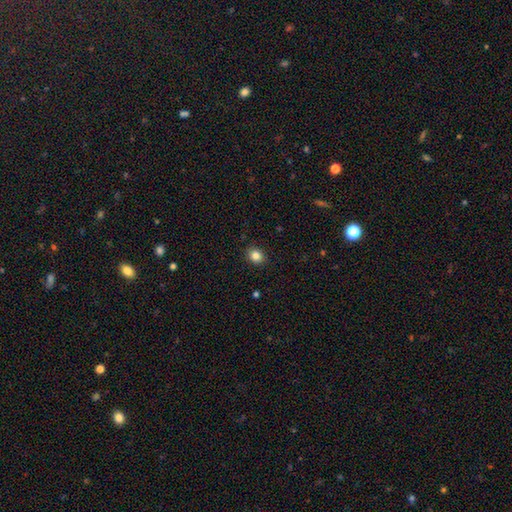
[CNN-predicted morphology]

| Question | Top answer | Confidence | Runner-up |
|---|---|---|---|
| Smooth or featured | smooth | 84% | star or artifact (11%) |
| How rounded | round | 63% | in between (36%) |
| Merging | none | 90% | minor disturbance (7%) |